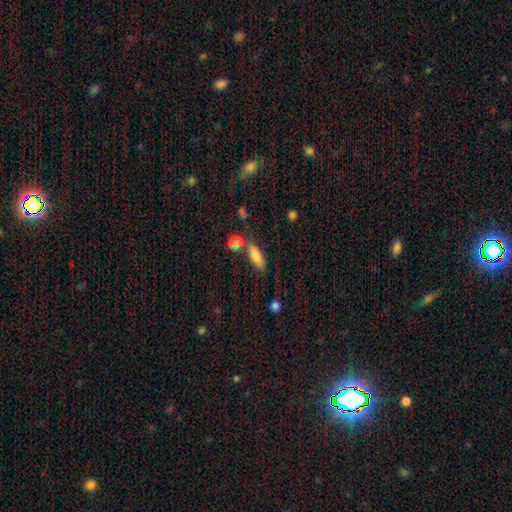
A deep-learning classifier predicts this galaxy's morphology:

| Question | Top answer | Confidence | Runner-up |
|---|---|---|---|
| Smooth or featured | smooth | 80% | featured or disk (10%) |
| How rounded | in between | 63% | cigar-shaped (33%) |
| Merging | none | 69% | minor disturbance (16%) |